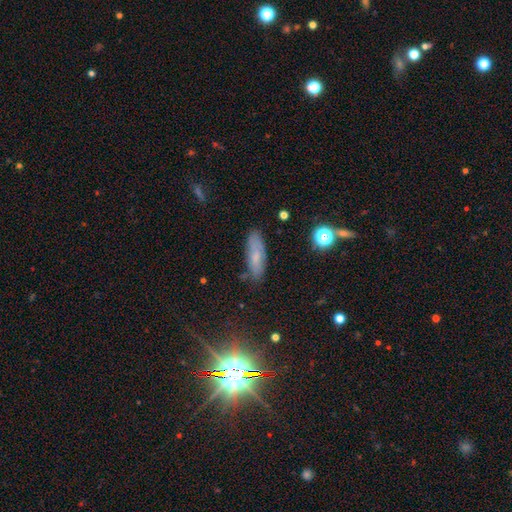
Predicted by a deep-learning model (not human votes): Smooth or featured: smooth — 61% (featured or disk — 26%)
How rounded: in between — 52% (cigar-shaped — 45%)
Merging: none — 78% (minor disturbance — 16%)